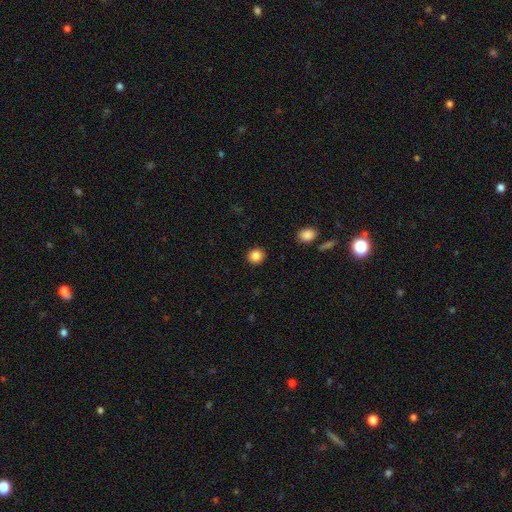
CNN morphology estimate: Smooth or featured?
  - smooth: 86% *
  - star or artifact: 10%
  - featured or disk: 4%
How rounded?
  - round: 87% *
  - in between: 12%
  - cigar-shaped: 1%
Merging?
  - none: 91% *
  - minor disturbance: 5%
  - major disturbance: 2%
  - merger: 1%